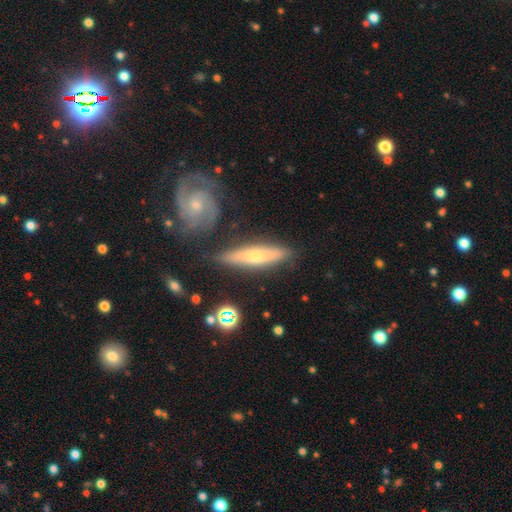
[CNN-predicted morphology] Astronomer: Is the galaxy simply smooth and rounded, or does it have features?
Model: featured or disk — 49% (runner-up: smooth, 44%).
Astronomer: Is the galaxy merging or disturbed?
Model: none — 79%.